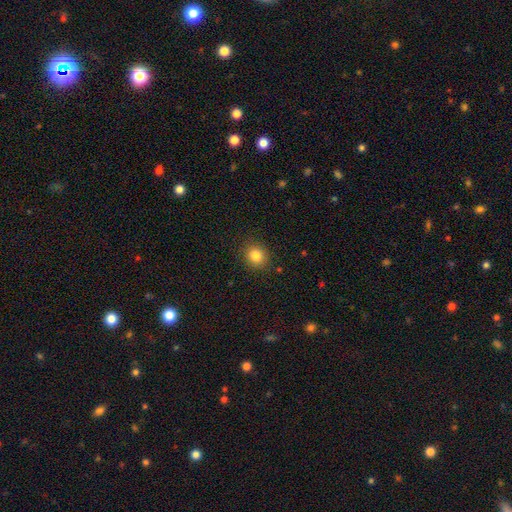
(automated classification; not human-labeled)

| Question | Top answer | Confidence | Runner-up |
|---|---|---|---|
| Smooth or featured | smooth | 83% | star or artifact (11%) |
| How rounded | round | 79% | in between (20%) |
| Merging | none | 88% | minor disturbance (8%) |